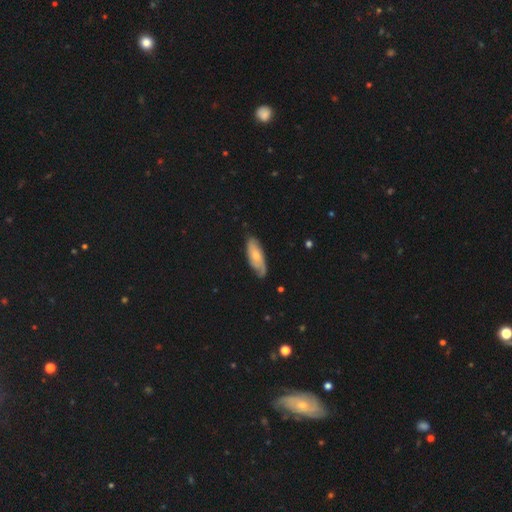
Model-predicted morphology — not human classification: Smooth or featured: featured or disk — 51% (smooth — 44%)
Edge-on disk: no — 81% (yes — 19%)
Merging: none — 71% (minor disturbance — 22%)